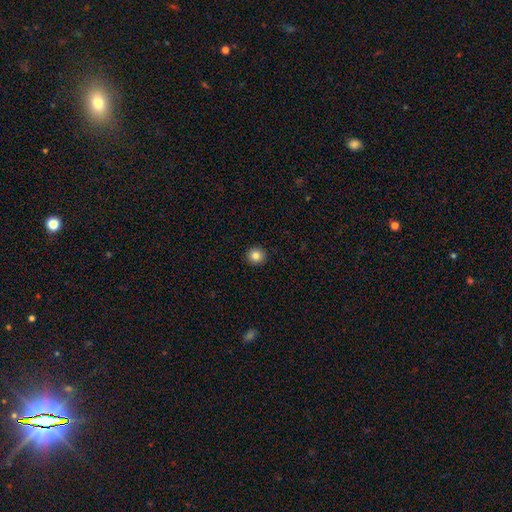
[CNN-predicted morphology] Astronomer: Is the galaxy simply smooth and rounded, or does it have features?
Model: smooth — 83%.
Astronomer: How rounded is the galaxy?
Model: round — 92%.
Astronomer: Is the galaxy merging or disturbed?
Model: none — 93%.